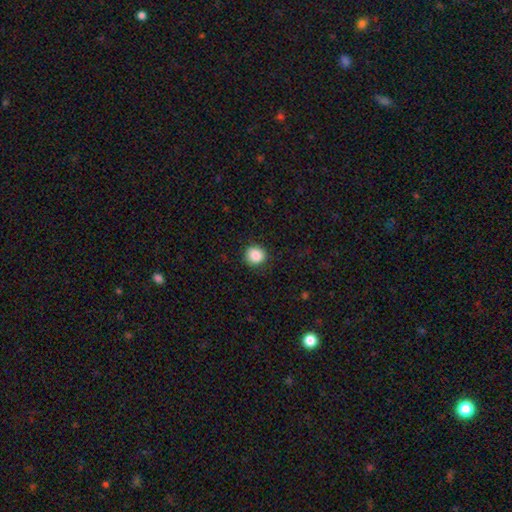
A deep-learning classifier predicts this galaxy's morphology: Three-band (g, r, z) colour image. It shows a smooth galaxy with no disk features (86%) that is round (90%). Merging: none (89%).